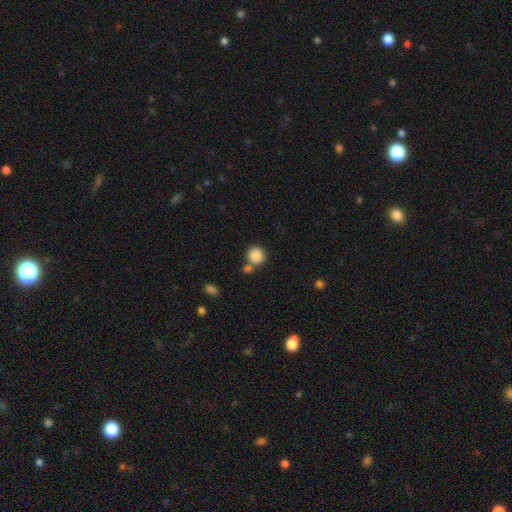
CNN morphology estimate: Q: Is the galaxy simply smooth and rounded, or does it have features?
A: smooth — 87%.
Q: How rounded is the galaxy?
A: round — 89%.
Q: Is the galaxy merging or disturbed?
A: none — 62%.